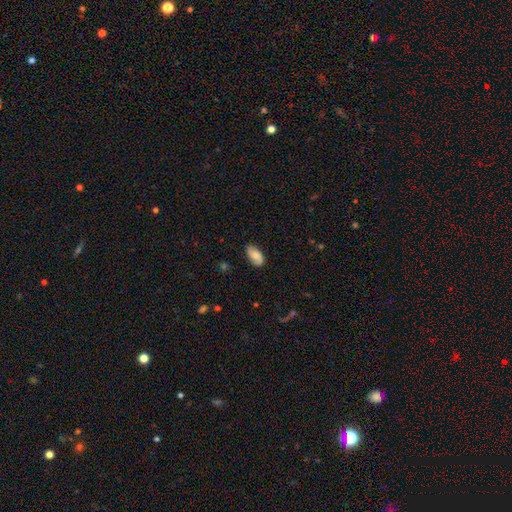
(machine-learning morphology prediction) Smooth or featured: smooth — 78% (featured or disk — 15%)
How rounded: in between — 93% (cigar-shaped — 4%)
Merging: none — 76% (minor disturbance — 19%)